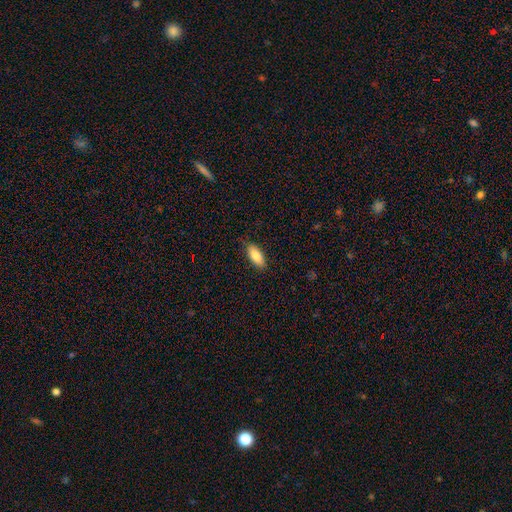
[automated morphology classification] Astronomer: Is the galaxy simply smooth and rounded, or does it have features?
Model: smooth — 84%.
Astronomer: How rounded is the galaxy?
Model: in between — 82%.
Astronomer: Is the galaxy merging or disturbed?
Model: none — 84%.